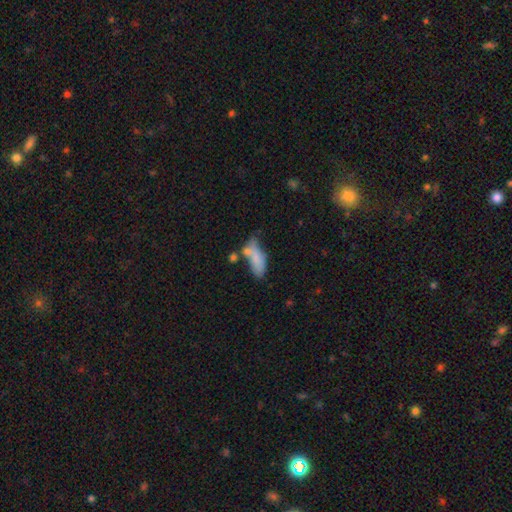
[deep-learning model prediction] Smooth or featured? smooth (71%)
How rounded? in between (74%)
Merging? none (33%)